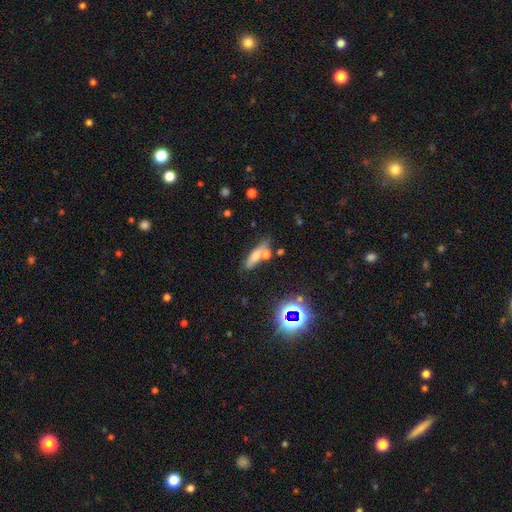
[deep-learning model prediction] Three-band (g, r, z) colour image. It shows a smooth galaxy with no disk features (64%) that is cigar-shaped (56%). Merging: none (55%).